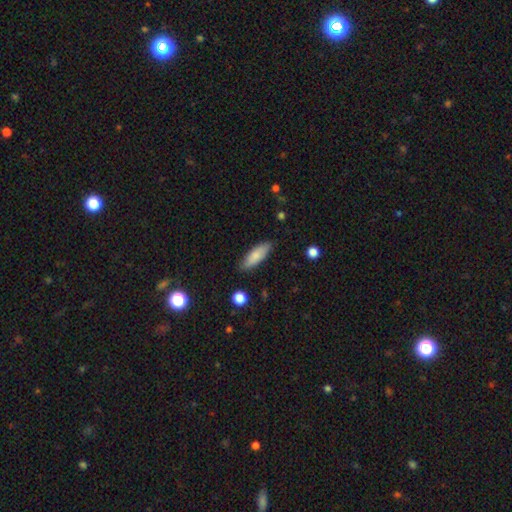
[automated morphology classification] Q: Smooth or featured?
A: smooth (80%); runner-up: featured or disk (14%)
Q: How rounded?
A: in between (57%); runner-up: cigar-shaped (41%)
Q: Merging?
A: none (82%); runner-up: minor disturbance (14%)